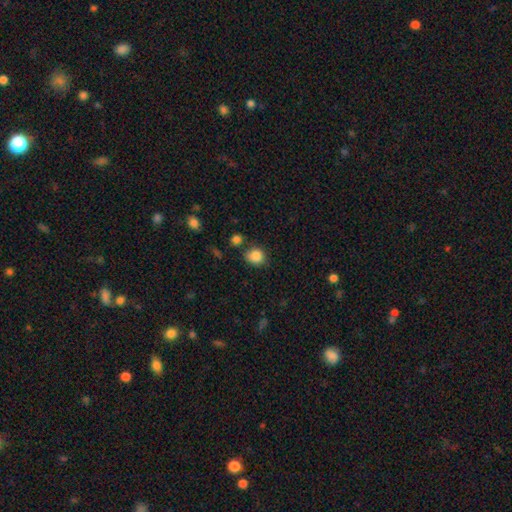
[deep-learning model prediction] This is clearly a smooth galaxy (86%). How rounded: likely round (70%). Merging: likely none (69%).